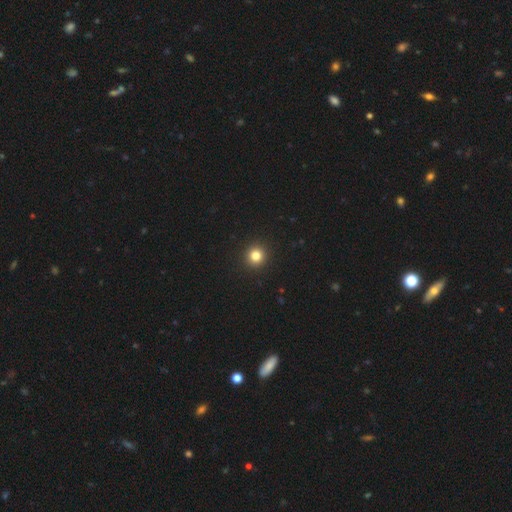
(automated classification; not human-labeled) smooth_or_featured: smooth (p=0.82) [alt: star or artifact p=0.13]
how_rounded: round (p=0.94) [alt: in between p=0.05]
merging: none (p=0.94) [alt: minor disturbance p=0.04]